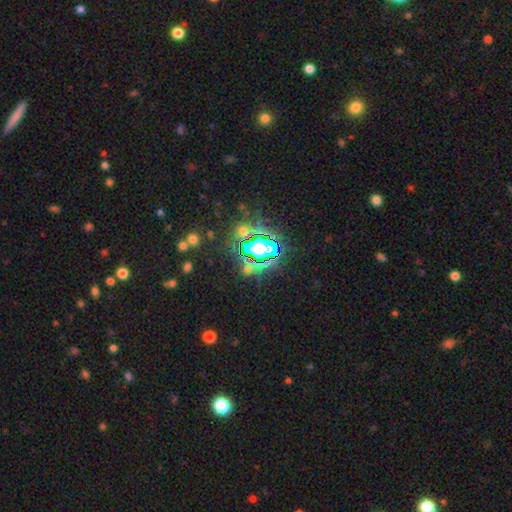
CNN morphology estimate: type=star or artifact (80%).